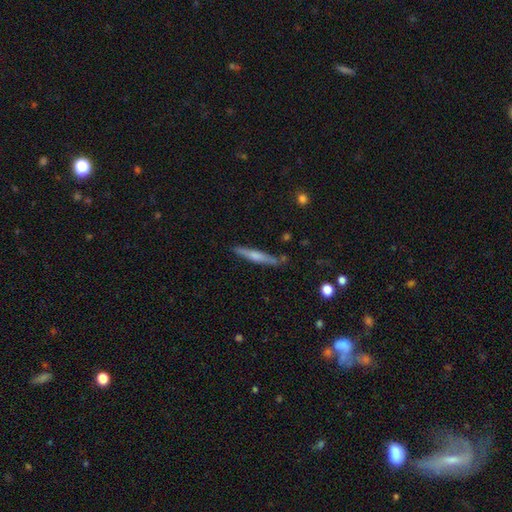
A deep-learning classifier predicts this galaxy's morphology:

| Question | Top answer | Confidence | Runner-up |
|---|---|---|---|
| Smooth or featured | smooth | 49% | featured or disk (44%) |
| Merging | none | 84% | minor disturbance (11%) |